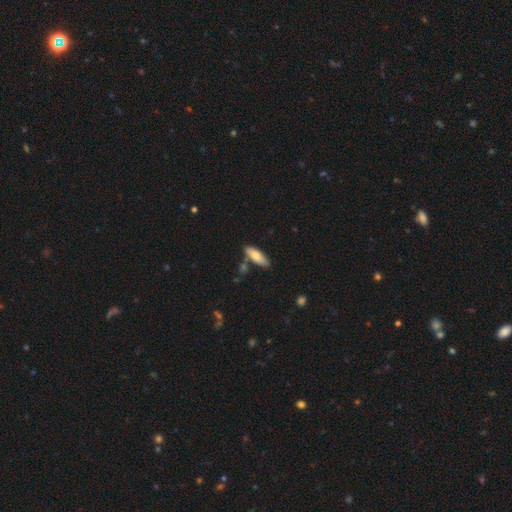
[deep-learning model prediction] smooth 75%, featured or disk 19%, star or artifact 6%. Down the decision tree: how rounded — in between (64%); merging — none (77%).